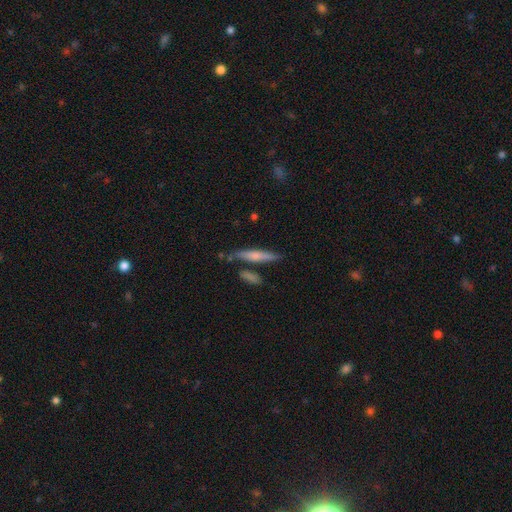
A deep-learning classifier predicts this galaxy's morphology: Q: Smooth or featured?
A: smooth (60%); runner-up: featured or disk (34%)
Q: How rounded?
A: cigar-shaped (89%); runner-up: in between (9%)
Q: Merging?
A: none (75%); runner-up: minor disturbance (13%)